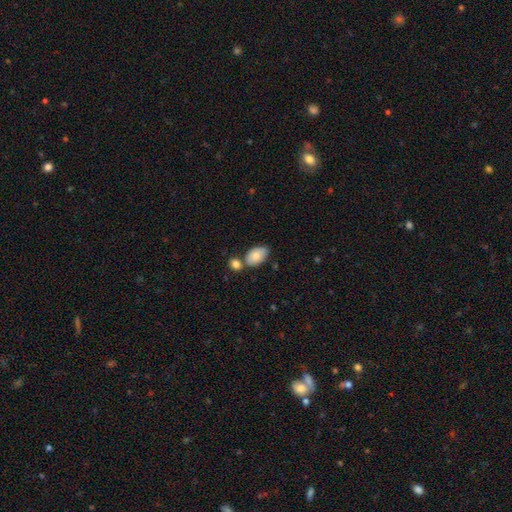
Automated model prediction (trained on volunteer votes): smooth 81%, featured or disk 12%, star or artifact 6%. Down the decision tree: how rounded — in between (92%); merging — none (56%).